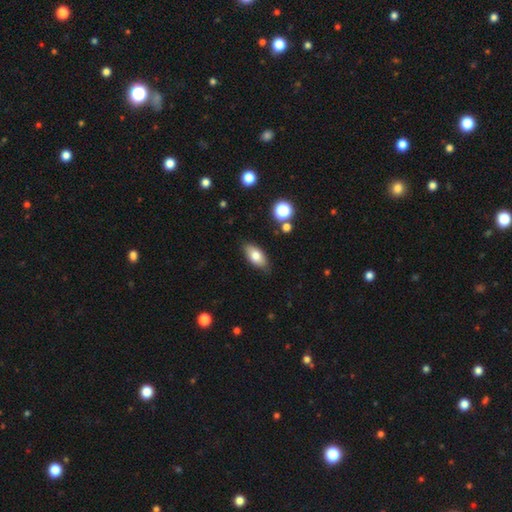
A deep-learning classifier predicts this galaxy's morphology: Smooth or featured? smooth (77%)
How rounded? in between (90%)
Merging? none (84%)